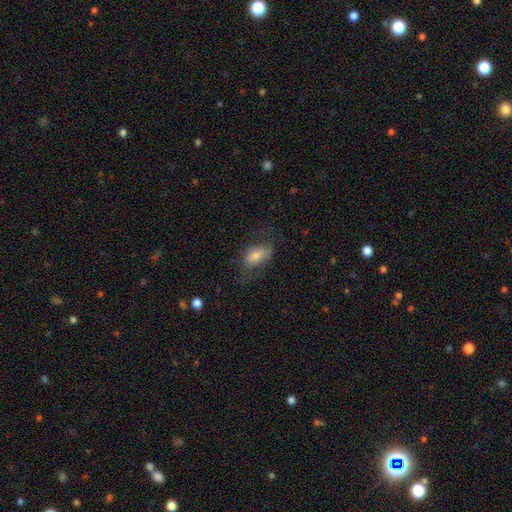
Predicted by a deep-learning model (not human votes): Morphology: type=smooth (55%); roundness=in between (85%); merging=none (53%).